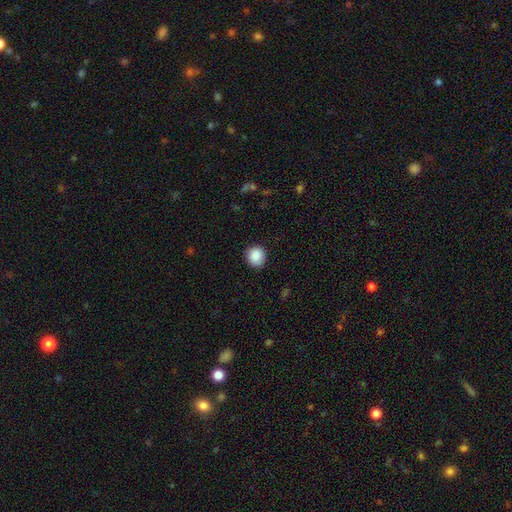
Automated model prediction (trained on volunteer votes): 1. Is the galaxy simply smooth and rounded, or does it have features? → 88% smooth, 8% star or artifact, 3% featured or disk.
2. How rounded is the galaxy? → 89% round, 10% in between, 1% cigar-shaped.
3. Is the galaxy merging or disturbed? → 88% none, 9% minor disturbance, 2% major disturbance, 1% merger.